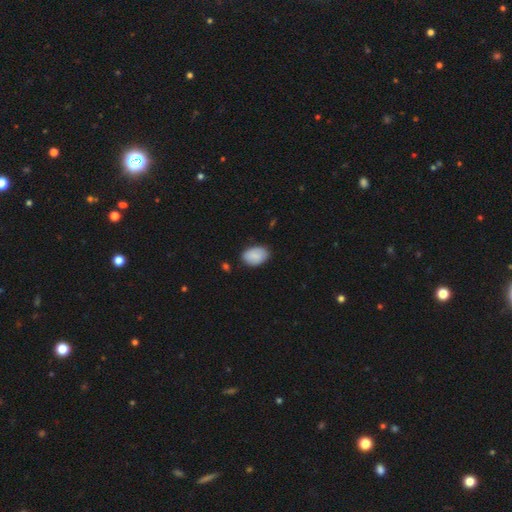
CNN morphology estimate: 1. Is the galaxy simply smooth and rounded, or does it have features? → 83% smooth, 10% featured or disk, 7% star or artifact.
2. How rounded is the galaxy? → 85% in between, 14% round, 1% cigar-shaped.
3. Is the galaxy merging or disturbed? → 81% none, 15% minor disturbance, 3% major disturbance, 2% merger.